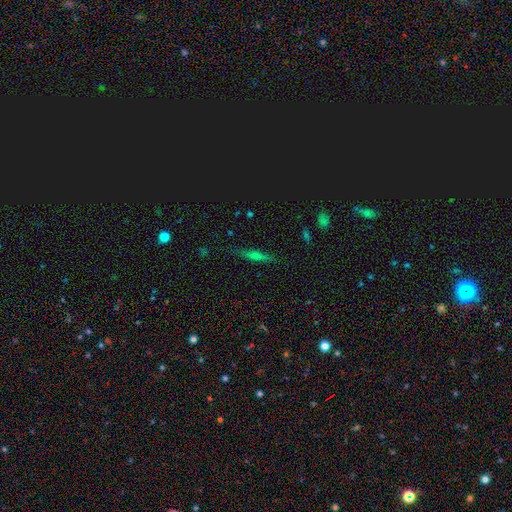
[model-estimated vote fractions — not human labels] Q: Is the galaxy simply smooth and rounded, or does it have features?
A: featured or disk — 41%.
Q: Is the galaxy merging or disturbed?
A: none — 86%.